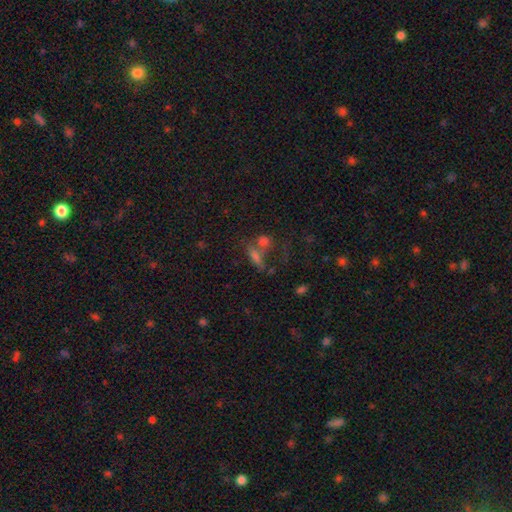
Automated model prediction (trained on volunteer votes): Smooth or featured? smooth (49%)
Merging? none (42%)